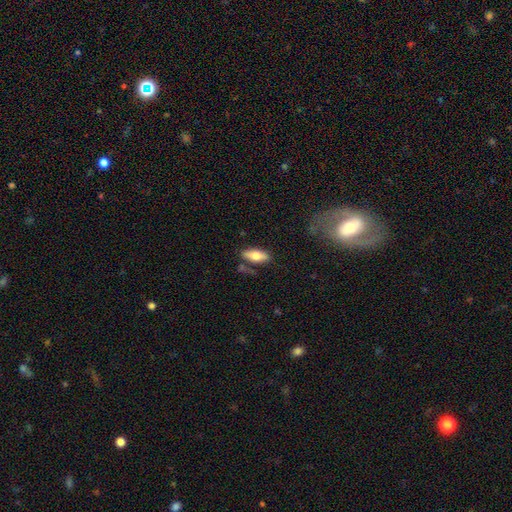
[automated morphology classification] This is likely a smooth galaxy (70%). How rounded: likely in between (74%). Merging: likely none (75%).